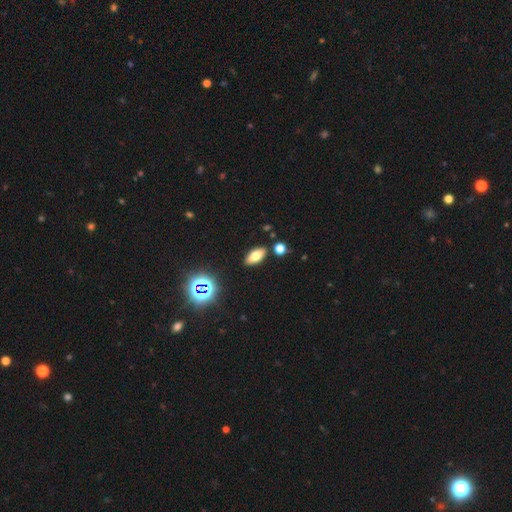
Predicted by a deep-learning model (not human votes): Smooth or featured? Predicted: smooth (p=0.68). How rounded? Predicted: in between (p=0.85). Merging? Predicted: none (p=0.86).